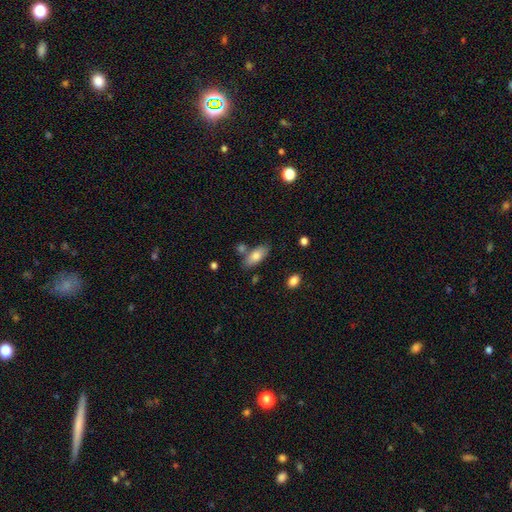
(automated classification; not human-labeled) This appears to be a smooth galaxy with no disk features (78%) that is in between round and cigar-shaped (83%). Merging: none (71%).